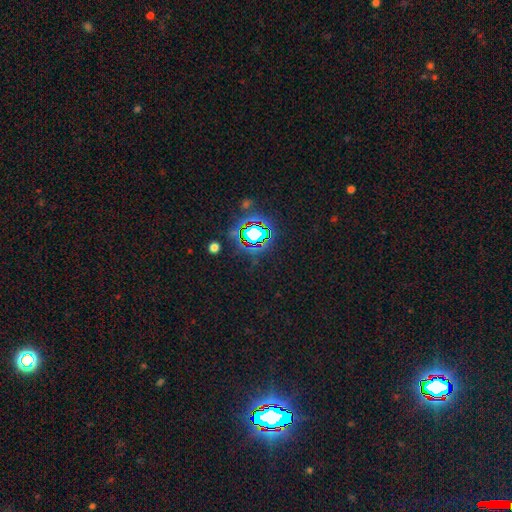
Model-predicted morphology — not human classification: smooth_or_featured: star or artifact (p=0.82) [alt: smooth p=0.10]